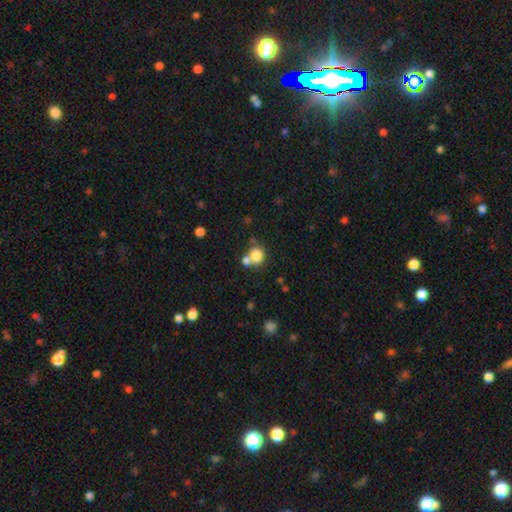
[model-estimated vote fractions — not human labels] Overall: smooth (81%). How rounded: round (70%). Merging: none (46%; merger 39%).